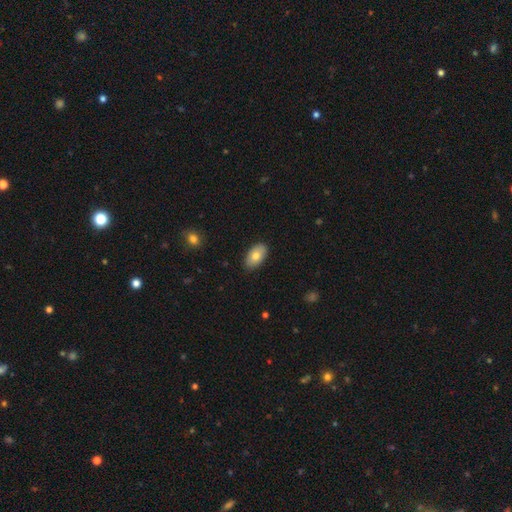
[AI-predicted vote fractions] Q: Smooth or featured?
A: smooth (76%); runner-up: featured or disk (17%)
Q: How rounded?
A: in between (94%); runner-up: round (4%)
Q: Merging?
A: none (86%); runner-up: minor disturbance (11%)